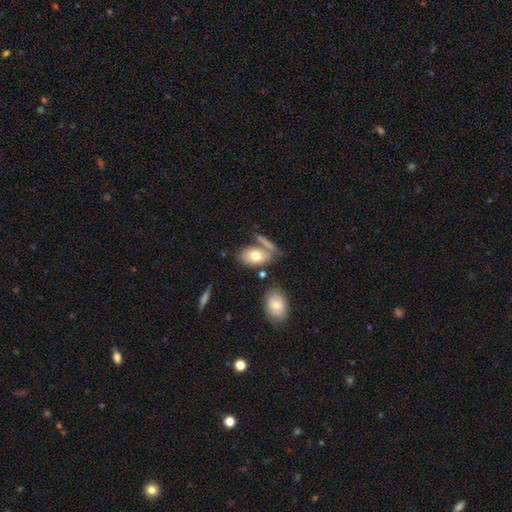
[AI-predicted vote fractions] smooth_or_featured: smooth (p=0.72) [alt: featured or disk p=0.21]
how_rounded: in between (p=0.88) [alt: round p=0.09]
merging: none (p=0.54) [alt: merger p=0.23]